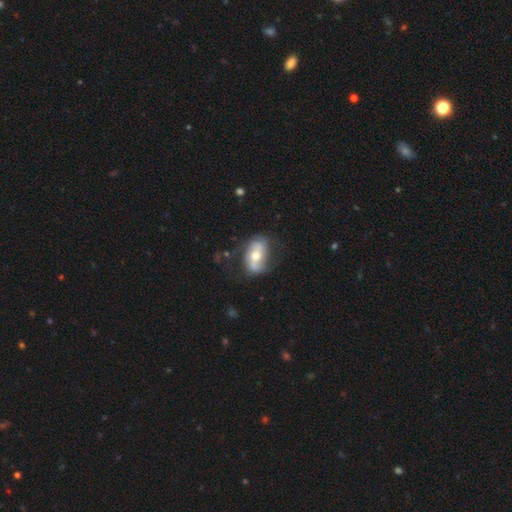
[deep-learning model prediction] Overall: featured or disk (60%; smooth 33%). Edge-on disk: no (93%). Bar: no (40%; weak 30%). Spiral arms: yes (73%). Bulge size: moderate (71%). Merging: none (64%).